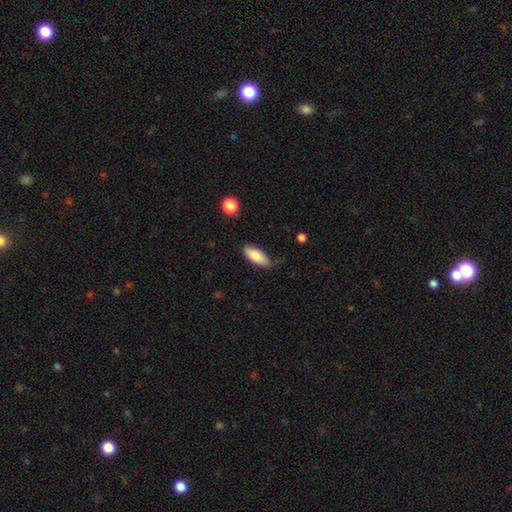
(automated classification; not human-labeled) The model was most divided on "merging": none: 75%, minor disturbance: 20%, major disturbance: 3%, merger: 2%. More confident: smooth or featured — smooth (84%); how rounded — in between (77%).